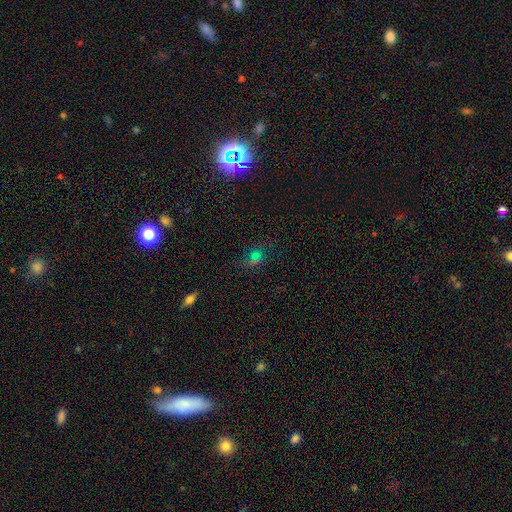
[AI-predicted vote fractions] A smooth galaxy with no disk features (53%) that is in between round and cigar-shaped (53%). Merging: none (46%).